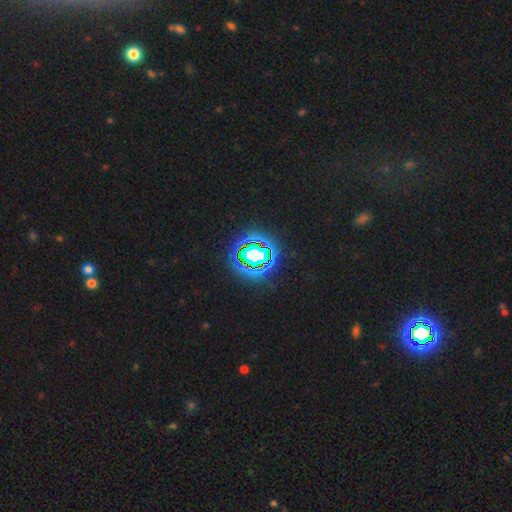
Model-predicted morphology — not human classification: Smooth or featured? star or artifact (67%)